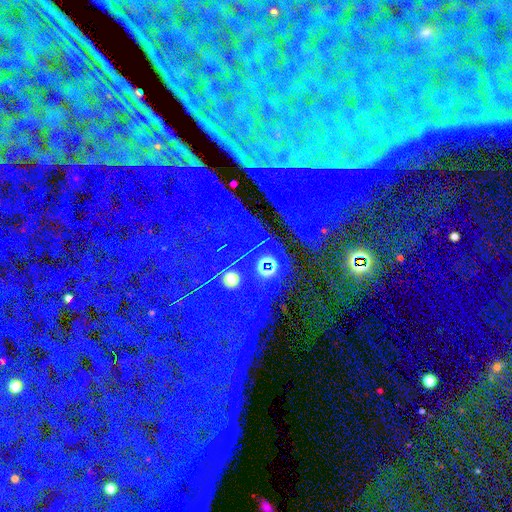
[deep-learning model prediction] Overall: star or artifact (87%).